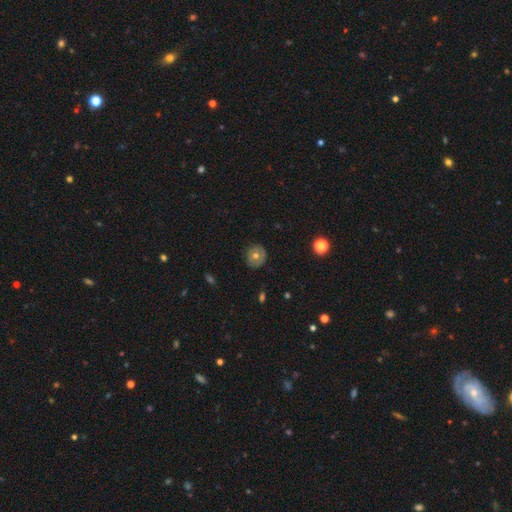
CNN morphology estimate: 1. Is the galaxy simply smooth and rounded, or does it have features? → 57% smooth, 33% featured or disk, 10% star or artifact.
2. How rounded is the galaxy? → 89% round, 10% in between, 1% cigar-shaped.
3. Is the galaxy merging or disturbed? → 84% none, 12% minor disturbance, 3% major disturbance, 1% merger.